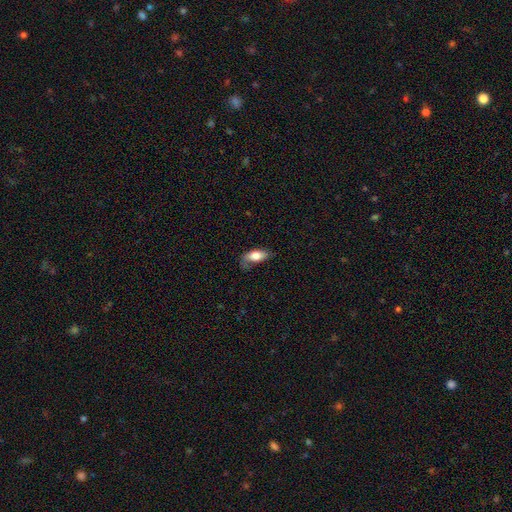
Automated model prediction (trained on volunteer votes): Overall: smooth (78%). How rounded: in between (84%). Merging: none (54%; minor disturbance 32%).